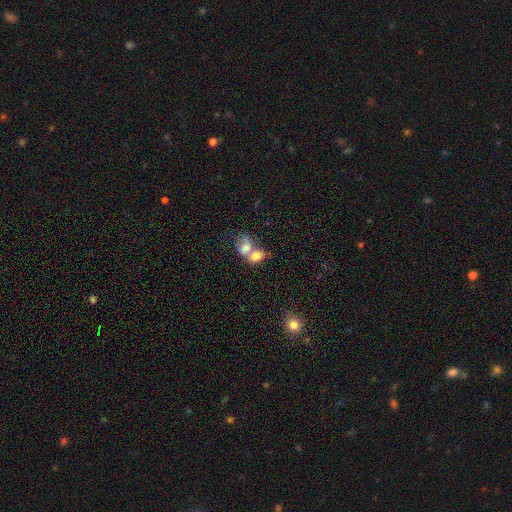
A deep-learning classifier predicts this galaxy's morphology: This is likely a smooth galaxy (71%). How rounded: likely in between (68%). Merging: likely merger (75%).